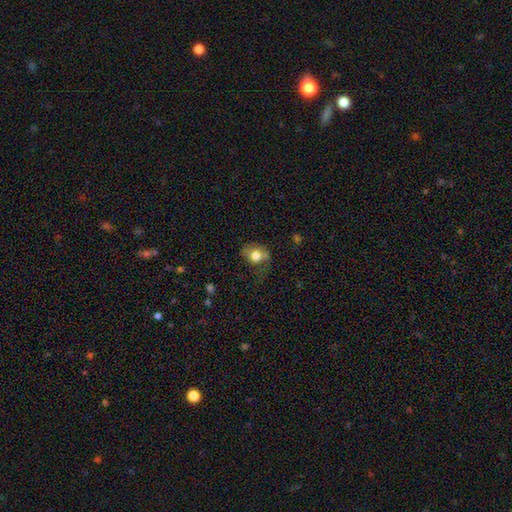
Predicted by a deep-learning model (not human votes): A smooth galaxy with no disk features (74%) that is round (56%). Merging: none (47%).